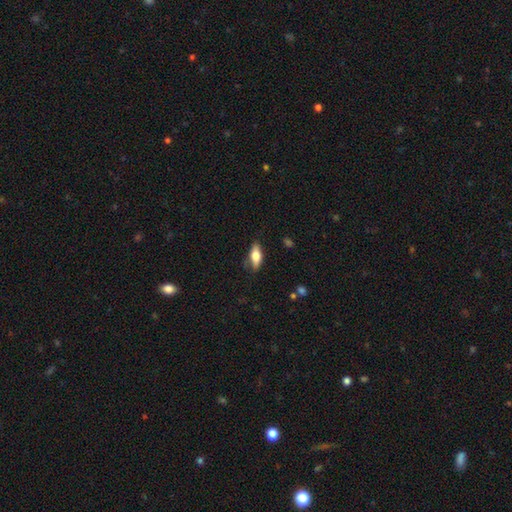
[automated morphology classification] Q: Smooth or featured?
A: smooth (65%); runner-up: featured or disk (28%)
Q: How rounded?
A: in between (72%); runner-up: cigar-shaped (25%)
Q: Merging?
A: none (78%); runner-up: minor disturbance (17%)